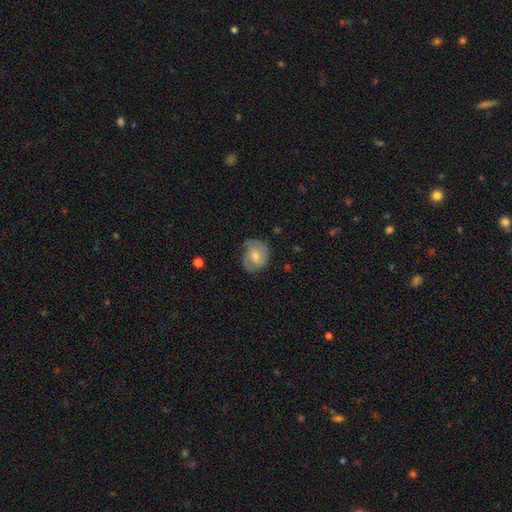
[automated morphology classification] featured or disk 58%, smooth 35%, star or artifact 7%. Down the decision tree: edge-on disk — no (97%); bar — weak (45%); spiral arms — yes (86%); bulge size — moderate (49%); merging — none (63%).